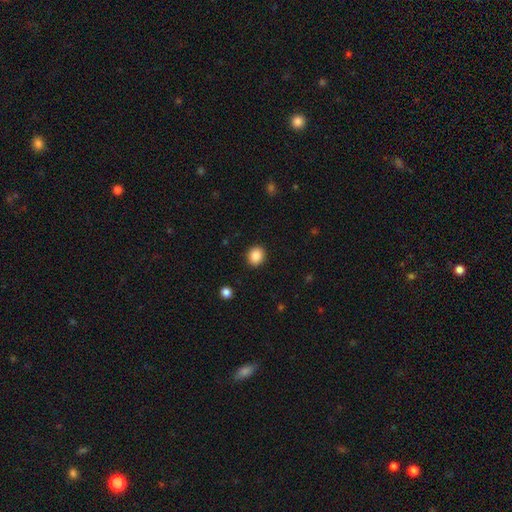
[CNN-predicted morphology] This is clearly a smooth galaxy (87%). How rounded: likely round (75%). Merging: clearly none (91%).